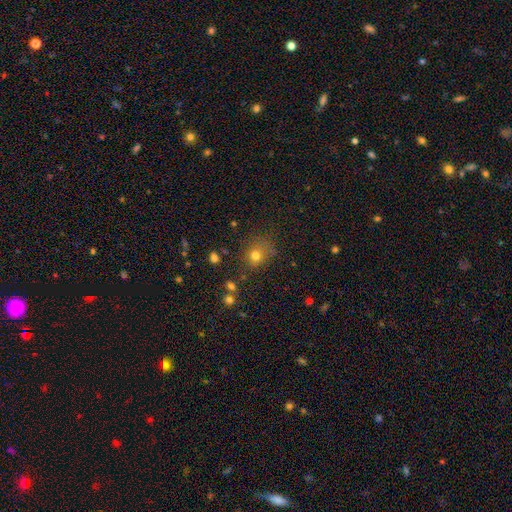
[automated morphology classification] smooth-or-featured: smooth: 74% | star or artifact: 17% | featured or disk: 9%
  how-rounded: round: 70% | in between: 29% | cigar-shaped: 1%
  merging: none: 64% | minor disturbance: 21% | major disturbance: 10% | merger: 5%